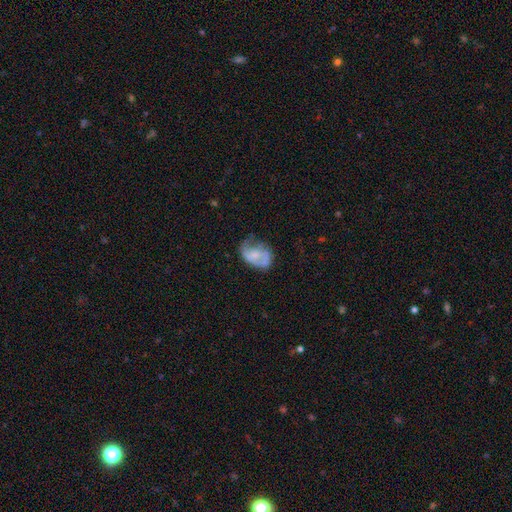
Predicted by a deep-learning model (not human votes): Morphology: type=featured or disk (54%); edge-on=no (97%); bar=no (68%); spiral arms=yes (63%); bulge=small (42%); merging=none (35%).